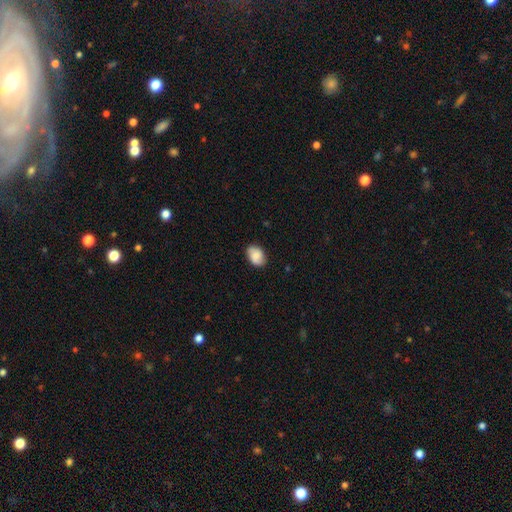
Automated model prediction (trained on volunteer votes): The model was most divided on "smooth or featured": smooth: 74%, featured or disk: 18%, star or artifact: 8%. More confident: merging — none (82%); how rounded — in between (78%).